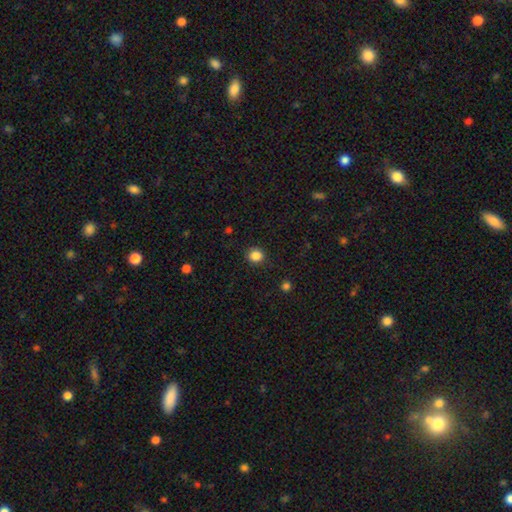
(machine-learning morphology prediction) type=smooth (86%); roundness=round (88%); merging=none (90%).